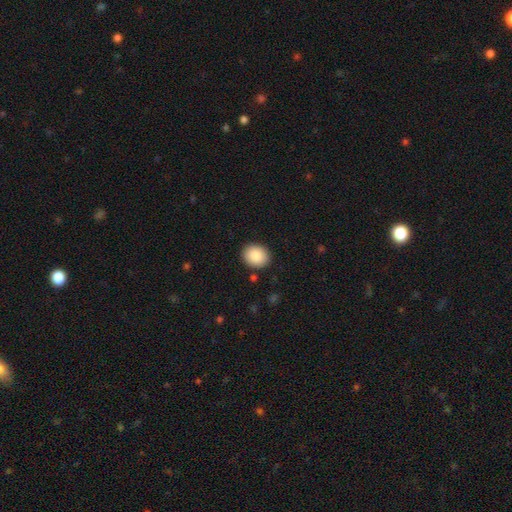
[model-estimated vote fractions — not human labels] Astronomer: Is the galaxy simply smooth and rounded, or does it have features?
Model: smooth — 87%.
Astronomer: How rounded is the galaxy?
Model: round — 64%.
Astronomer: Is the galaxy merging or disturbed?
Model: none — 89%.